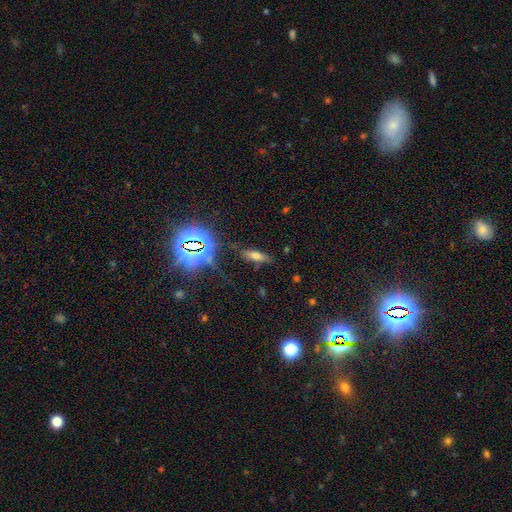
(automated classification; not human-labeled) This is possibly a smooth galaxy (58%). How rounded: possibly in between (57%). Merging: likely none (77%).